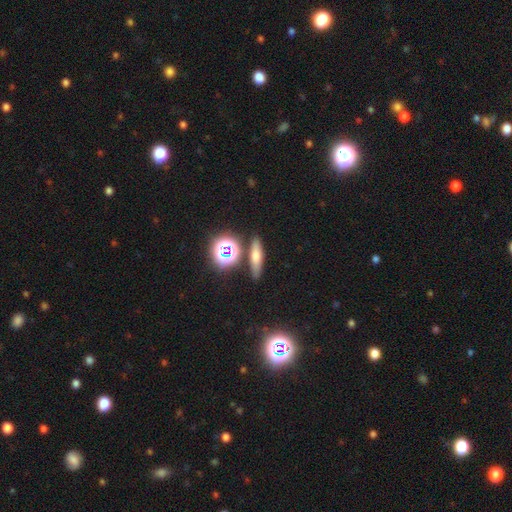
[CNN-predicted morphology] type=smooth (53%); roundness=cigar-shaped (57%); merging=none (81%).